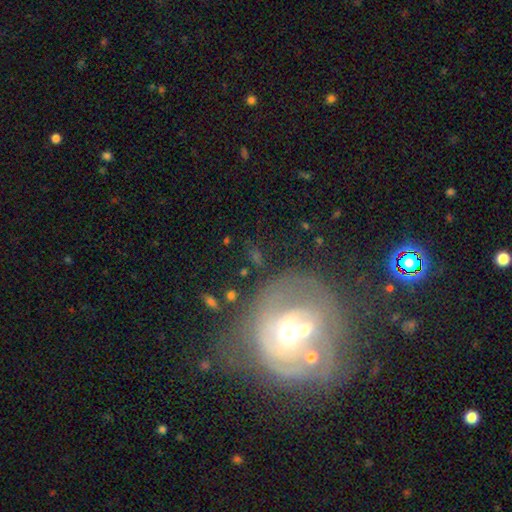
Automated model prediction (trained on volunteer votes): A featured or disk galaxy (54%) with no bar (64%), spiral arms (59%) and a moderate central bulge (65%). Merging: none (44%).